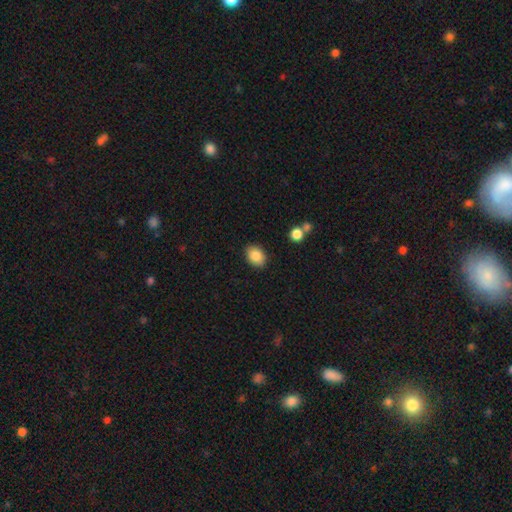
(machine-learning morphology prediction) Q: Smooth or featured?
A: smooth (86%); runner-up: star or artifact (8%)
Q: How rounded?
A: in between (69%); runner-up: round (30%)
Q: Merging?
A: none (88%); runner-up: minor disturbance (8%)